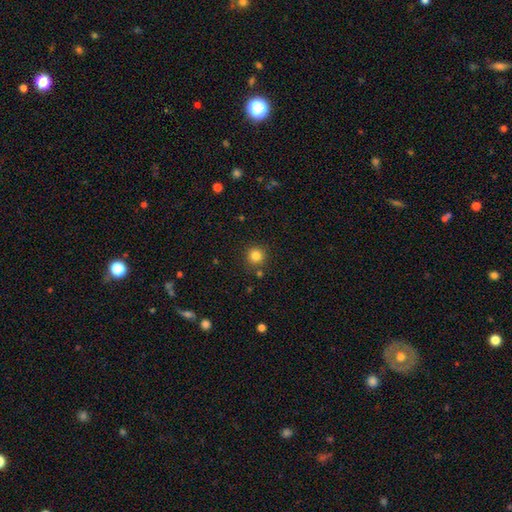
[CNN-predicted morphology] smooth-or-featured: smooth: 82% | star or artifact: 13% | featured or disk: 5%
  how-rounded: round: 94% | in between: 5% | cigar-shaped: 1%
  merging: none: 86% | minor disturbance: 7% | merger: 5% | major disturbance: 2%